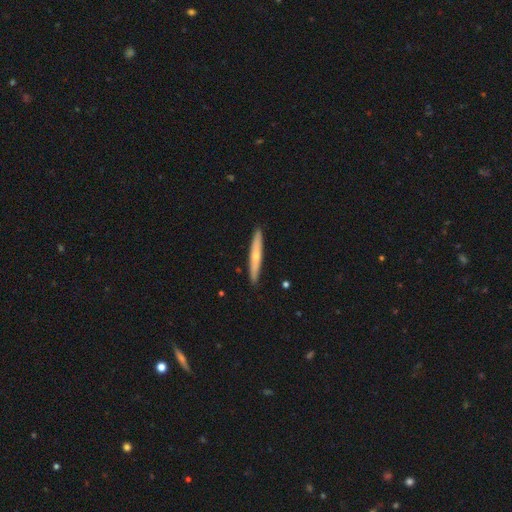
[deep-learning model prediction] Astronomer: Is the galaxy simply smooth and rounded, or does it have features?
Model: smooth — 50% (runner-up: featured or disk, 45%).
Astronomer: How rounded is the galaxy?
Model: cigar-shaped — 94%.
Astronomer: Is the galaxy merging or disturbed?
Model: none — 91%.